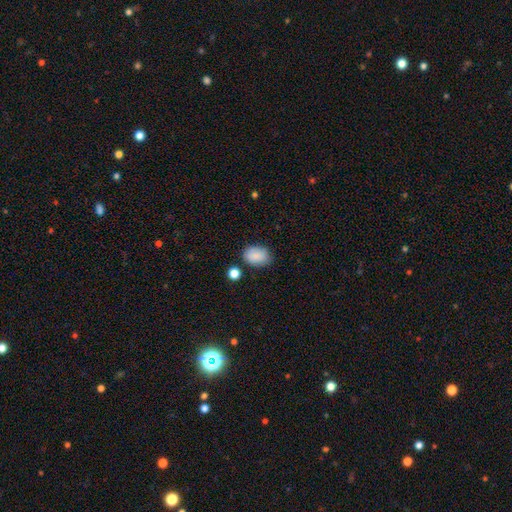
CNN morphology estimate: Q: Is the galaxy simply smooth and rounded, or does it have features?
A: smooth — 86%.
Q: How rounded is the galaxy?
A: in between — 79%.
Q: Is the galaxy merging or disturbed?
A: none — 74%.